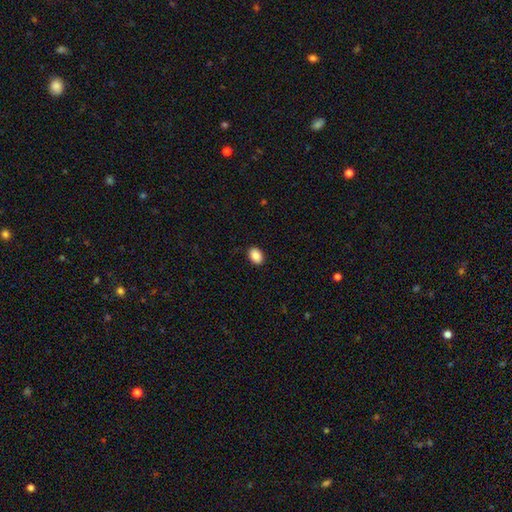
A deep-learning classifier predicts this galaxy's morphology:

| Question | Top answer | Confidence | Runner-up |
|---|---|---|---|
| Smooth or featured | smooth | 88% | star or artifact (8%) |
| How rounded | in between | 78% | round (21%) |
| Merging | none | 90% | minor disturbance (7%) |